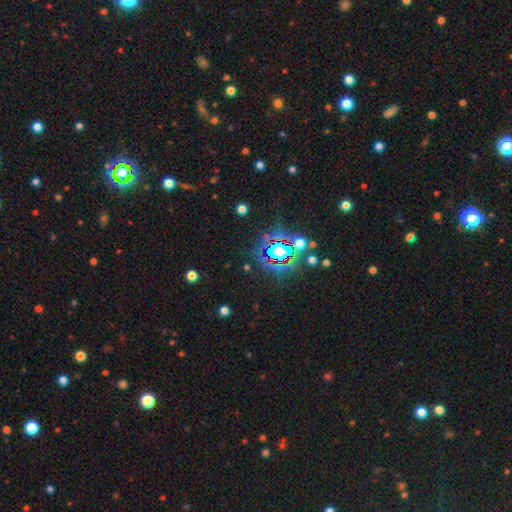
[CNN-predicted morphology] type=star or artifact (81%).